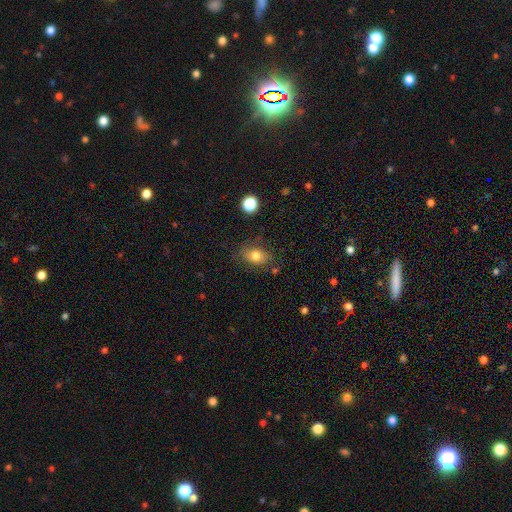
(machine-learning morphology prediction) This appears to be a smooth galaxy with no disk features (77%) that is in between round and cigar-shaped (76%). Merging: none (74%).